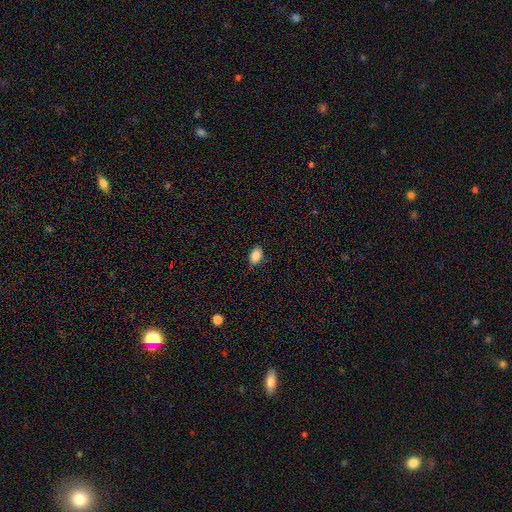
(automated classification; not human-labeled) This appears to be a smooth galaxy with no disk features (88%) that is in between round and cigar-shaped (88%). Merging: none (85%).